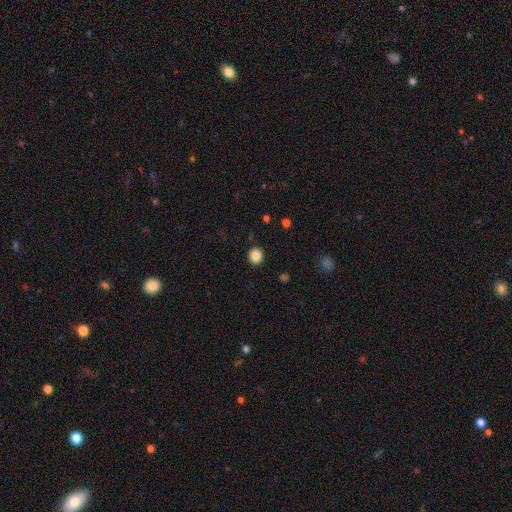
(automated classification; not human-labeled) smooth-or-featured: smooth: 87% | star or artifact: 10% | featured or disk: 3%
  how-rounded: round: 79% | in between: 21% | cigar-shaped: 1%
  merging: none: 90% | minor disturbance: 7% | major disturbance: 2% | merger: 1%